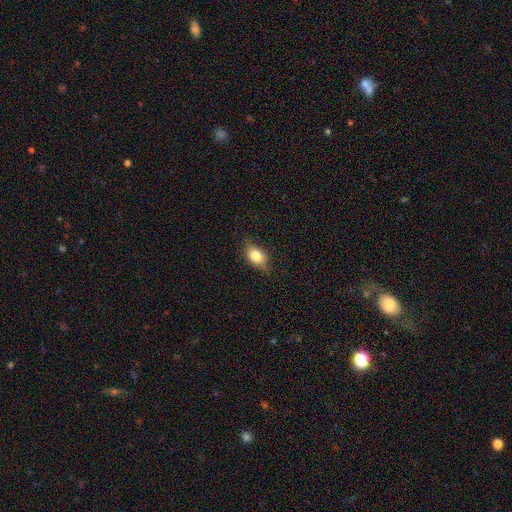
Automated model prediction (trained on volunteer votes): The model was most divided on "merging": none: 77%, minor disturbance: 18%, major disturbance: 4%, merger: 1%. More confident: smooth or featured — smooth (80%); how rounded — in between (79%).